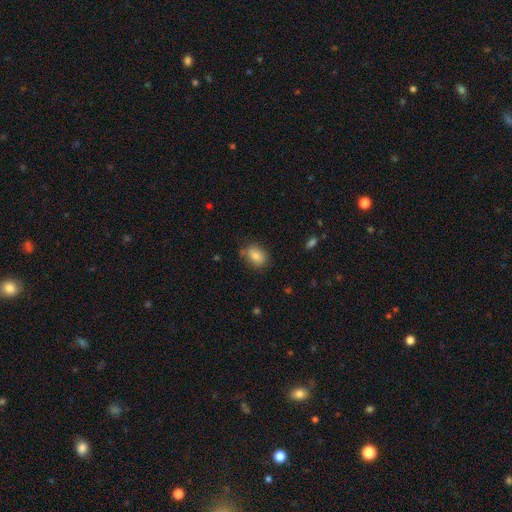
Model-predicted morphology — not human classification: smooth-or-featured: smooth: 82% | featured or disk: 10% | star or artifact: 9%
  how-rounded: in between: 76% | round: 23% | cigar-shaped: 1%
  merging: none: 75% | minor disturbance: 17% | major disturbance: 4% | merger: 4%